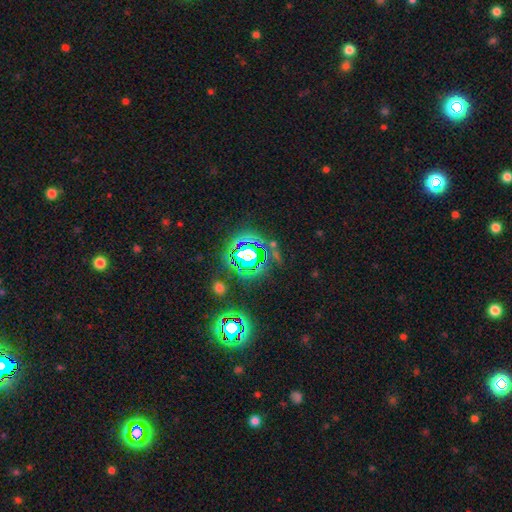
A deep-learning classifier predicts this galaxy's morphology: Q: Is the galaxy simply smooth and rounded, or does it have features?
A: star or artifact — 78%.